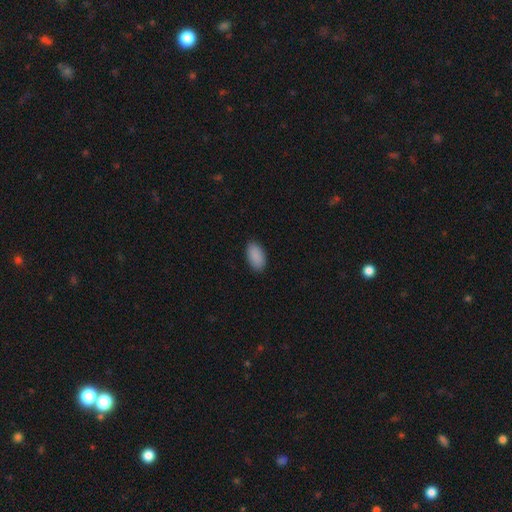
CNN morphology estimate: This is clearly a smooth galaxy (90%). How rounded: clearly in between (95%). Merging: clearly none (89%).